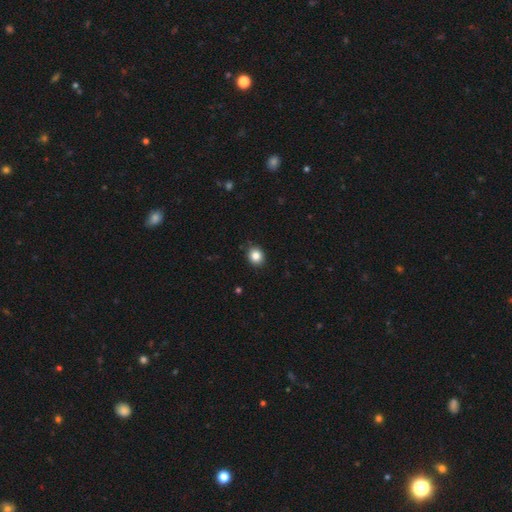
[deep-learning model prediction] Q: Smooth or featured?
A: smooth (84%); runner-up: star or artifact (10%)
Q: How rounded?
A: round (68%); runner-up: in between (31%)
Q: Merging?
A: none (88%); runner-up: minor disturbance (9%)